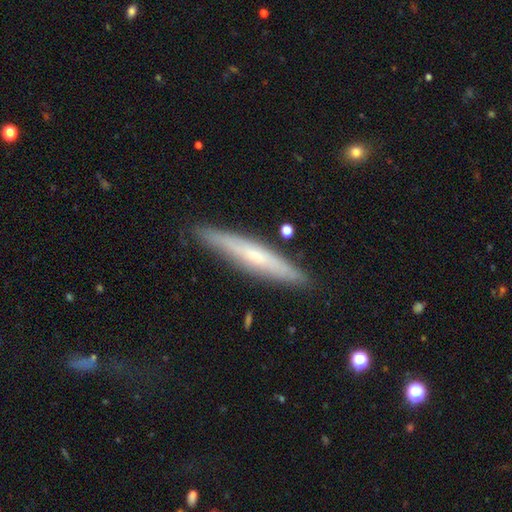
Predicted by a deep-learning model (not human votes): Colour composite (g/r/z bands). It shows a featured or disk galaxy (48%). Merging: none (85%).